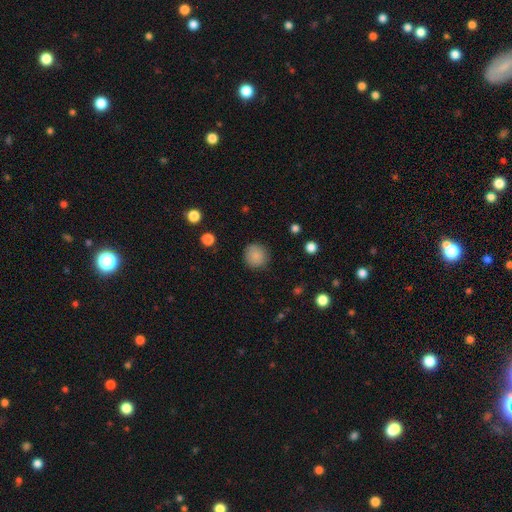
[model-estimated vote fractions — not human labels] The model was most divided on "smooth or featured": smooth: 86%, star or artifact: 9%, featured or disk: 5%. More confident: how rounded — round (93%); merging — none (87%).